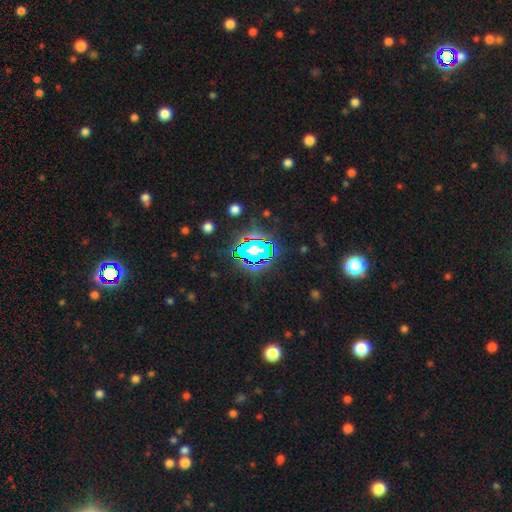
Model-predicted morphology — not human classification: This is clearly a star or artifact rather than a galaxy (82%).